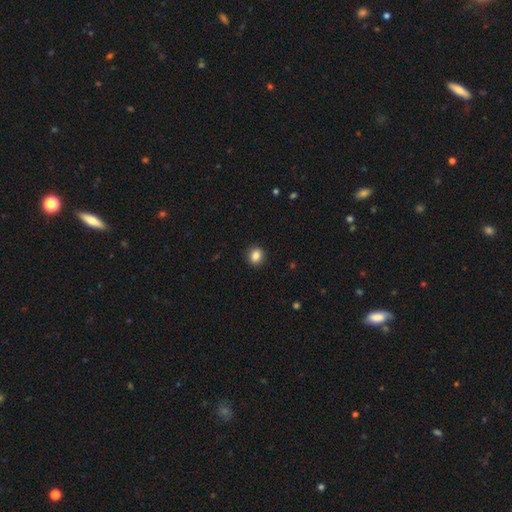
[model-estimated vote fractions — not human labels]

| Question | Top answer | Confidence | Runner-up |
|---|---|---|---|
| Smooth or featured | smooth | 86% | star or artifact (10%) |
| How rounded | round | 67% | in between (32%) |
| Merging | none | 91% | minor disturbance (6%) |